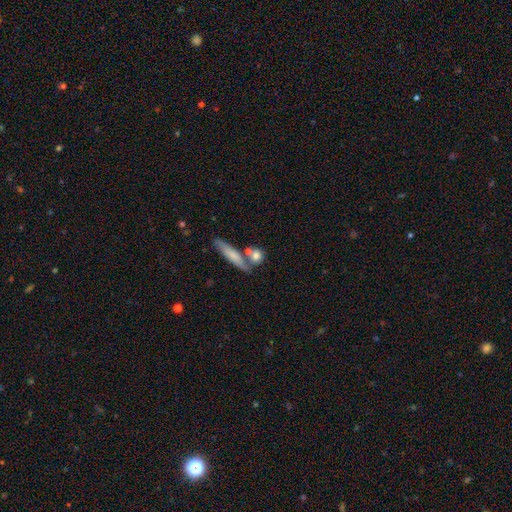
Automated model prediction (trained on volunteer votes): The model was most divided on "merging": none: 56%, merger: 27%, minor disturbance: 12%, major disturbance: 5%. More confident: smooth or featured — smooth (77%); how rounded — round (58%).